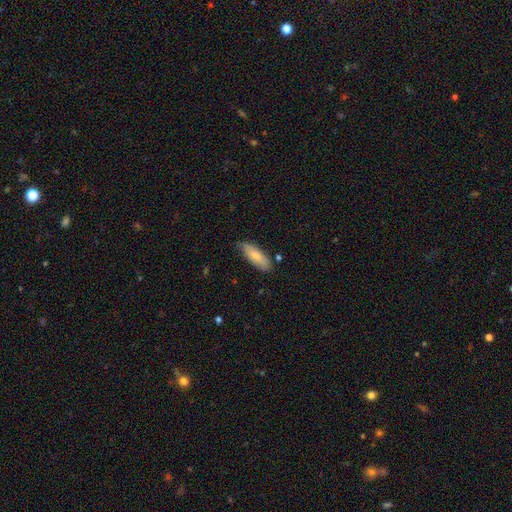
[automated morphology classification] Smooth or featured? Predicted: smooth (p=0.77). How rounded? Predicted: in between (p=0.62). Merging? Predicted: none (p=0.72).